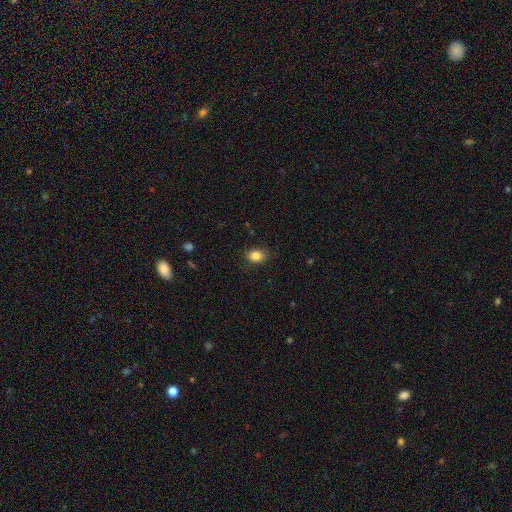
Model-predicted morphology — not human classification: smooth-or-featured: smooth: 85% | star or artifact: 9% | featured or disk: 6%
  how-rounded: in between: 66% | round: 33% | cigar-shaped: 1%
  merging: none: 82% | minor disturbance: 14% | major disturbance: 3% | merger: 1%